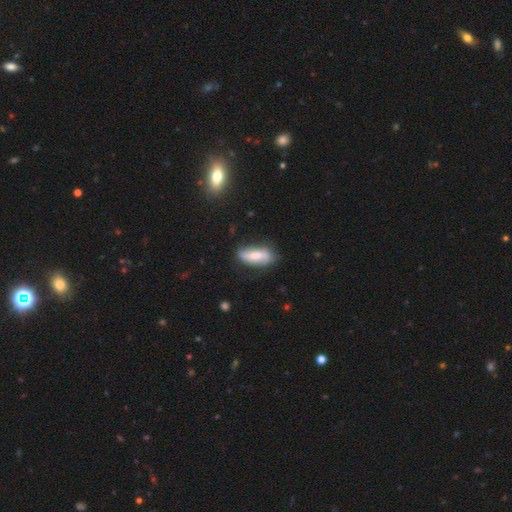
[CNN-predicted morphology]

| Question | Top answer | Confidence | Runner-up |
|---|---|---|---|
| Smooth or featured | smooth | 54% | featured or disk (39%) |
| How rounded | in between | 75% | cigar-shaped (22%) |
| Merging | none | 71% | minor disturbance (21%) |